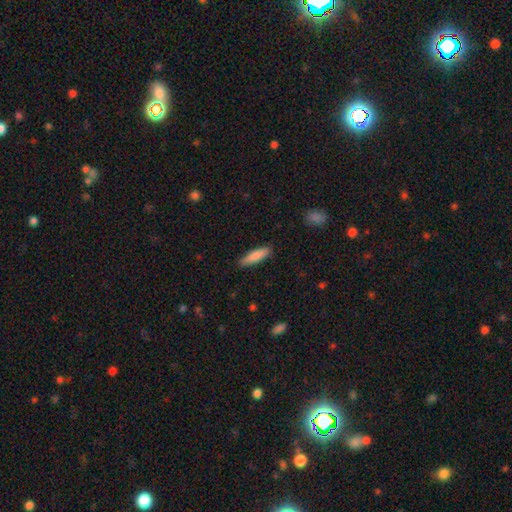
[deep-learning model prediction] smooth-or-featured: smooth: 84% | featured or disk: 10% | star or artifact: 6%
  how-rounded: cigar-shaped: 74% | in between: 24% | round: 1%
  merging: none: 88% | minor disturbance: 9% | major disturbance: 2% | merger: 1%